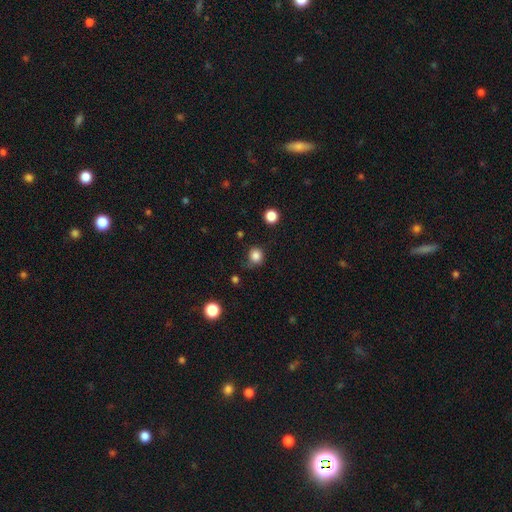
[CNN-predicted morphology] smooth 84%, star or artifact 12%, featured or disk 4%. Down the decision tree: how rounded — round (88%); merging — none (74%).